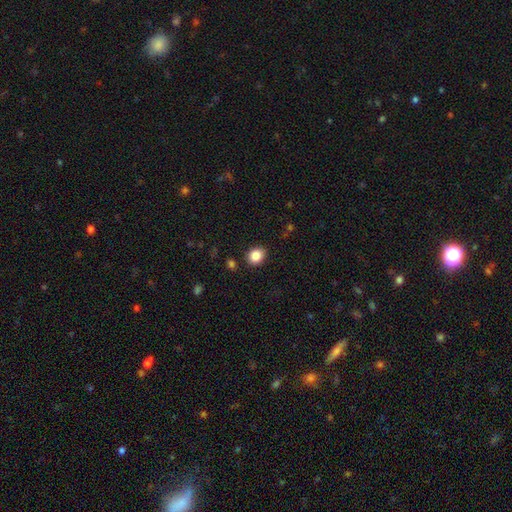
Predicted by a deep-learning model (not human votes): smooth-or-featured: smooth: 87% | star or artifact: 9% | featured or disk: 4%
  how-rounded: round: 62% | in between: 38% | cigar-shaped: 1%
  merging: none: 86% | minor disturbance: 9% | major disturbance: 3% | merger: 2%